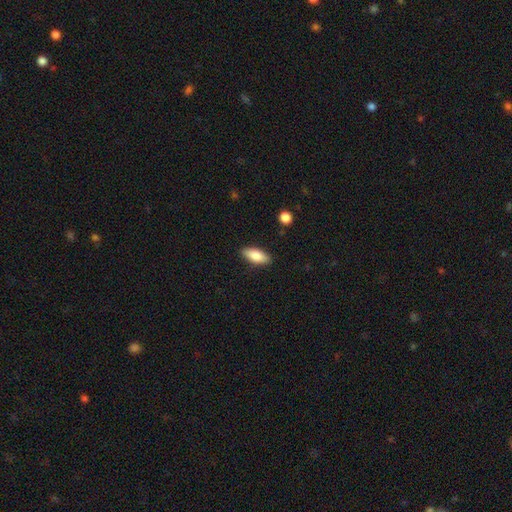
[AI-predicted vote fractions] smooth 81%, featured or disk 12%, star or artifact 6%. Down the decision tree: how rounded — in between (79%); merging — none (87%).